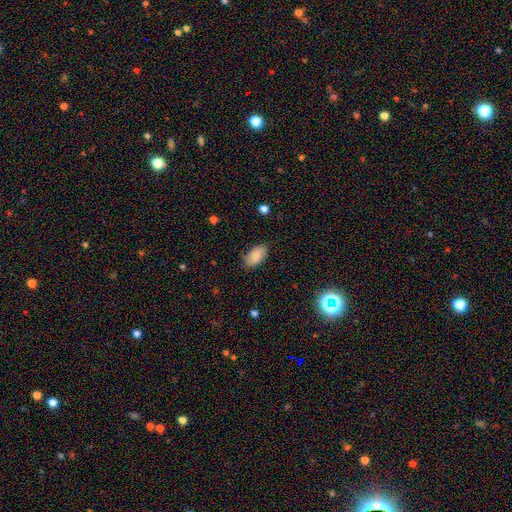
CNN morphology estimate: Smooth or featured? Predicted: smooth (p=0.82). How rounded? Predicted: in between (p=0.94). Merging? Predicted: none (p=0.81).